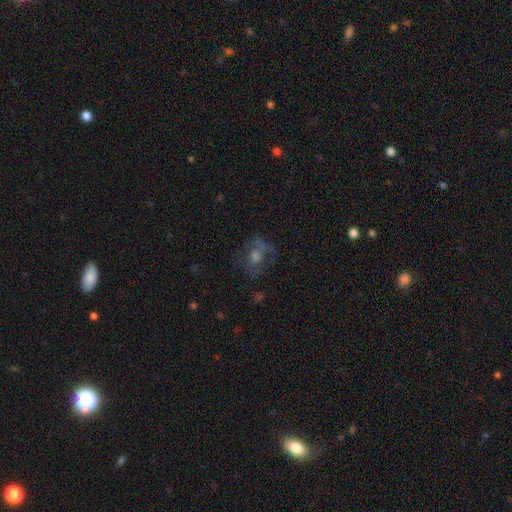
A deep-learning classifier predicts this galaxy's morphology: A featured or disk galaxy (45%).

Vote fractions:
- Smooth or featured? featured or disk: 45% / smooth: 32% / star or artifact: 24%
- Merging? none: 57% / major disturbance: 21% / minor disturbance: 19% / merger: 3%